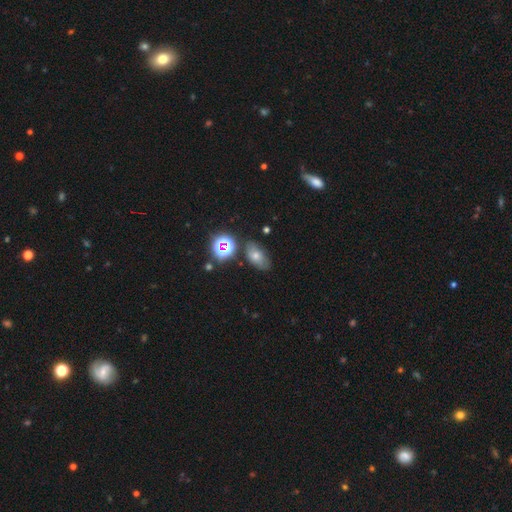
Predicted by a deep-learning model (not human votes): This is possibly a smooth galaxy (45%). Merging: likely none (75%).